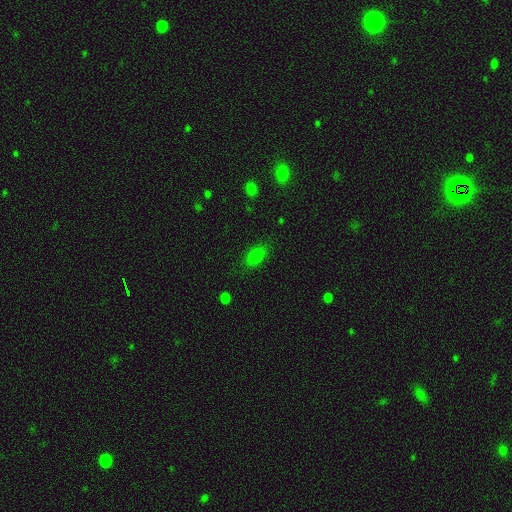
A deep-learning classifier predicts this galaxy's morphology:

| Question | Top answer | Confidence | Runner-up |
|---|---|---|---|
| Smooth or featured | smooth | 81% | star or artifact (13%) |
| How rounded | in between | 85% | round (10%) |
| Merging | none | 82% | minor disturbance (13%) |